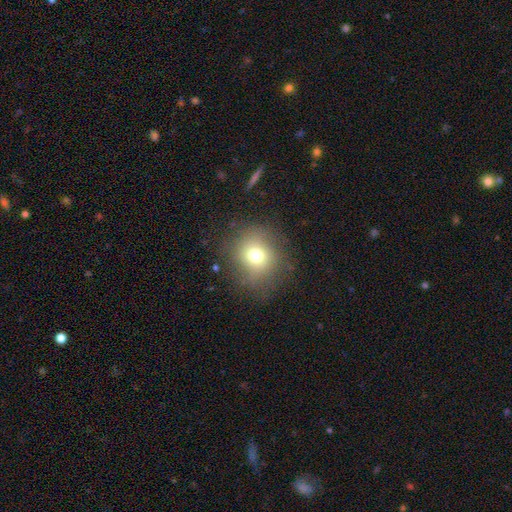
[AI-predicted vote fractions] A smooth galaxy with no disk features (71%) that is round (83%). Merging: none (79%).